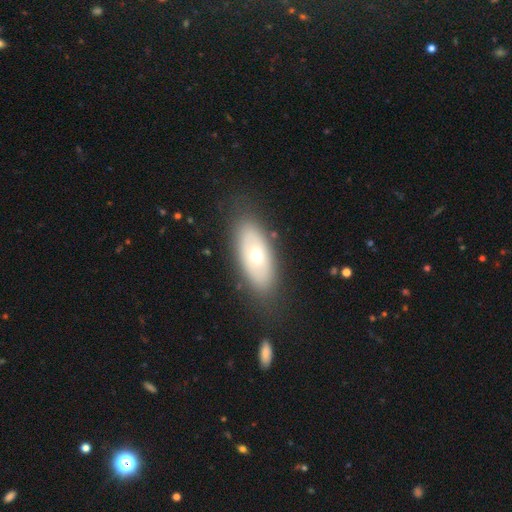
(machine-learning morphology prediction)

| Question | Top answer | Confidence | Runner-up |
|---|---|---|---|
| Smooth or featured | smooth | 55% | featured or disk (38%) |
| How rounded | in between | 85% | cigar-shaped (11%) |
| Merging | none | 82% | minor disturbance (12%) |